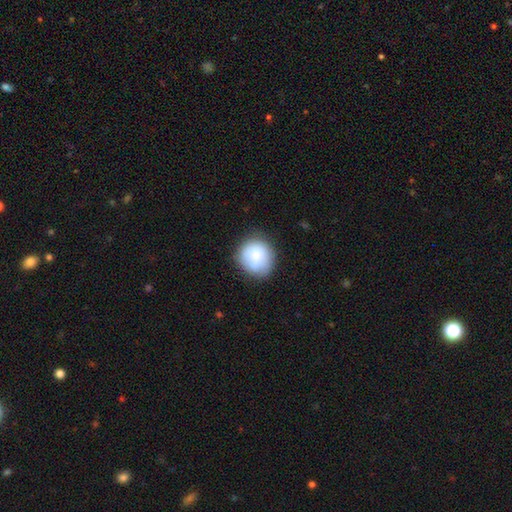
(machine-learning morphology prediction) type=smooth (77%); roundness=round (84%); merging=none (62%).